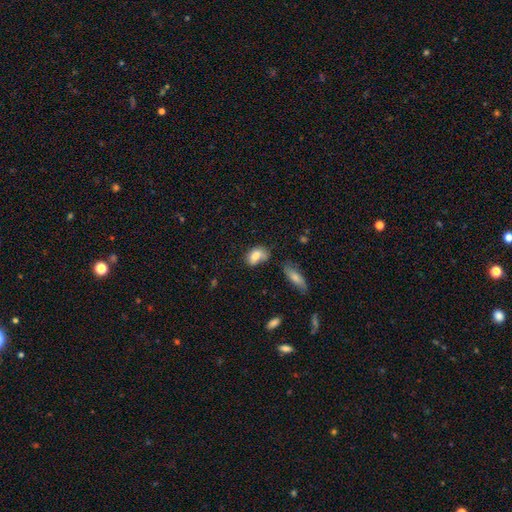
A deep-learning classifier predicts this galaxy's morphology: Smooth or featured: smooth — 79% (featured or disk — 13%)
How rounded: in between — 83% (round — 15%)
Merging: none — 42% (minor disturbance — 31%)